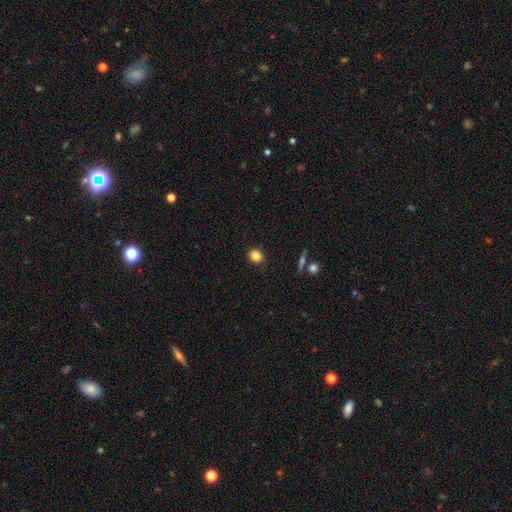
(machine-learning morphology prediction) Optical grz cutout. It shows a smooth galaxy with no disk features (84%) that is round (65%). Merging: none (87%).